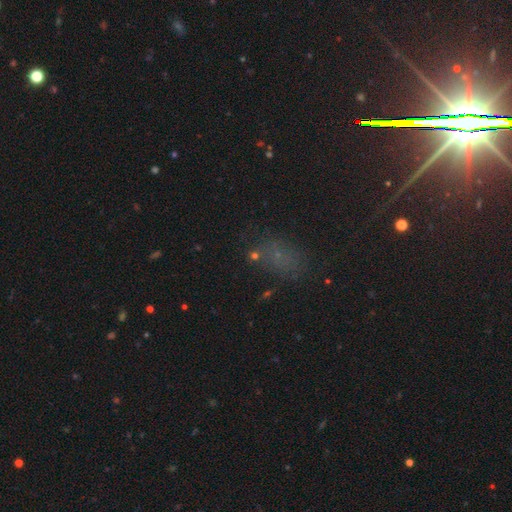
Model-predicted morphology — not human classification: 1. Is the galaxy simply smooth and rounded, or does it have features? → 50% smooth, 35% star or artifact, 16% featured or disk.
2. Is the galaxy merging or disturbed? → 59% none, 19% minor disturbance, 14% major disturbance, 8% merger.